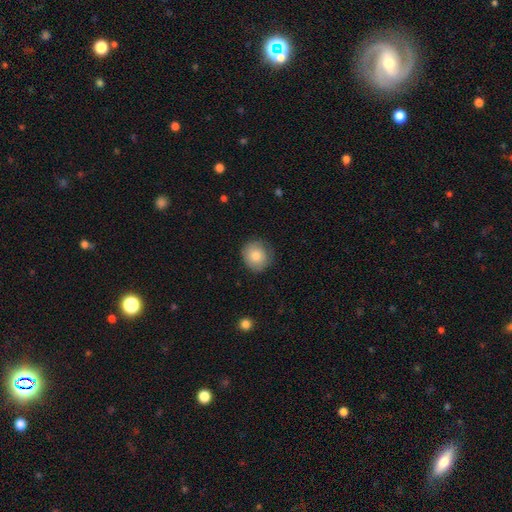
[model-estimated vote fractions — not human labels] smooth-or-featured: smooth: 81% | featured or disk: 12% | star or artifact: 7%
  how-rounded: round: 88% | in between: 11% | cigar-shaped: 1%
  merging: none: 81% | minor disturbance: 15% | major disturbance: 3% | merger: 1%